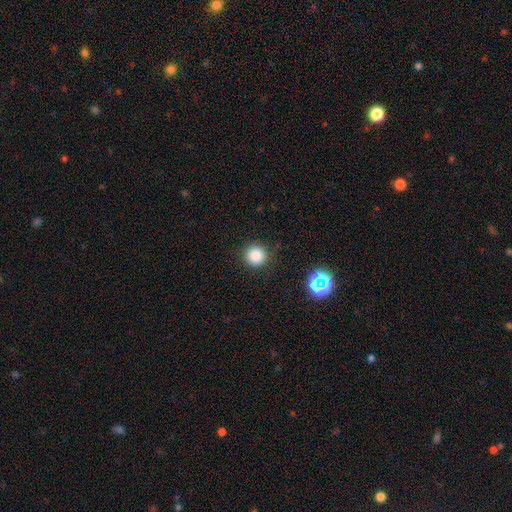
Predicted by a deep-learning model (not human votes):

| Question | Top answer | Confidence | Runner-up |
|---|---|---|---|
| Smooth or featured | smooth | 83% | star or artifact (13%) |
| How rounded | round | 95% | in between (4%) |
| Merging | none | 89% | minor disturbance (7%) |